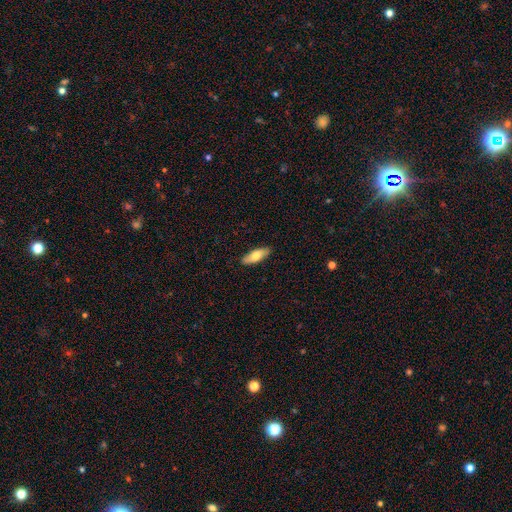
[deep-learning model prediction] Smooth or featured?
  - smooth: 72% *
  - featured or disk: 23%
  - star or artifact: 5%
How rounded?
  - in between: 66% *
  - cigar-shaped: 32%
  - round: 2%
Merging?
  - none: 88% *
  - minor disturbance: 9%
  - major disturbance: 2%
  - merger: 1%